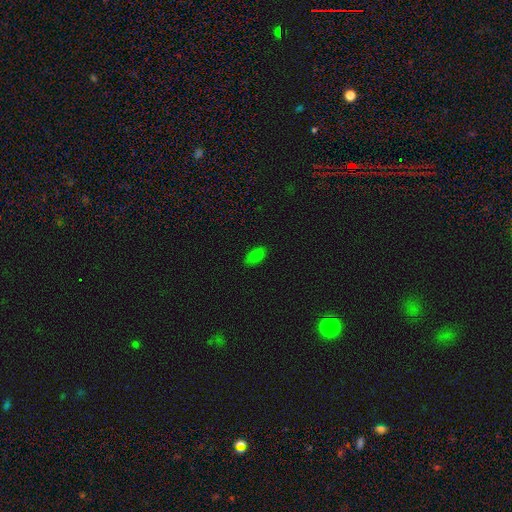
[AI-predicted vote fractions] smooth_or_featured: smooth (p=0.83) [alt: star or artifact p=0.13]
how_rounded: in between (p=0.92) [alt: cigar-shaped p=0.05]
merging: none (p=0.86) [alt: minor disturbance p=0.10]